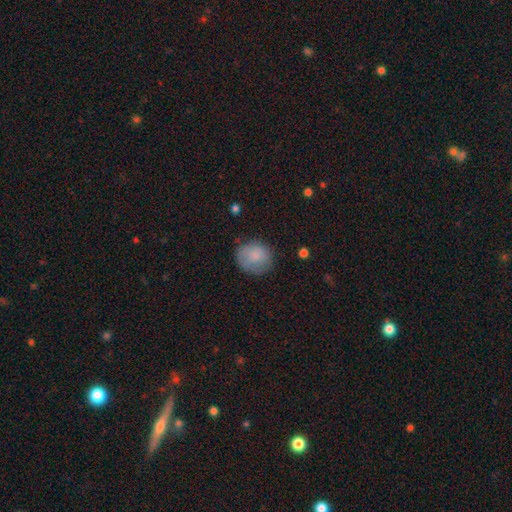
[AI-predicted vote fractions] Smooth or featured? smooth (80%)
How rounded? round (82%)
Merging? none (68%)